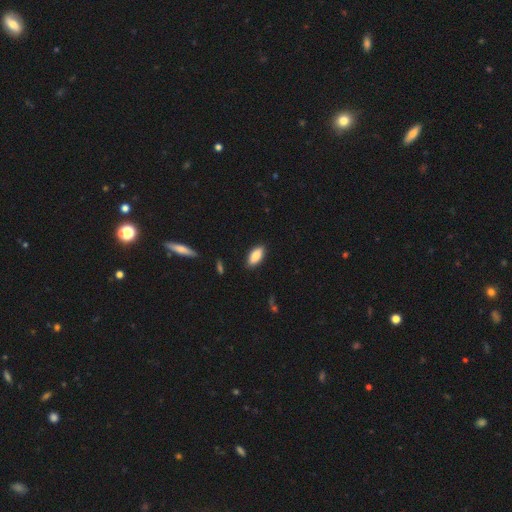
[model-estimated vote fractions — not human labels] smooth-or-featured: smooth: 85% | featured or disk: 9% | star or artifact: 6%
  how-rounded: in between: 87% | cigar-shaped: 11% | round: 2%
  merging: none: 88% | minor disturbance: 9% | major disturbance: 2% | merger: 1%